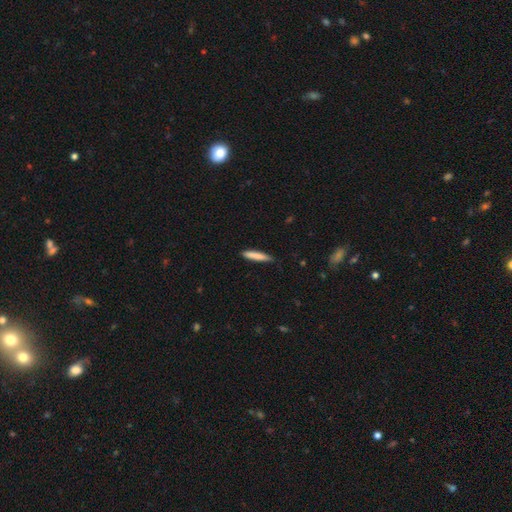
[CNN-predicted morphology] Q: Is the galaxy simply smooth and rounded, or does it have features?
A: smooth — 81%.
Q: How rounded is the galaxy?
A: cigar-shaped — 90%.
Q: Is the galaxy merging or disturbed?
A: none — 84%.